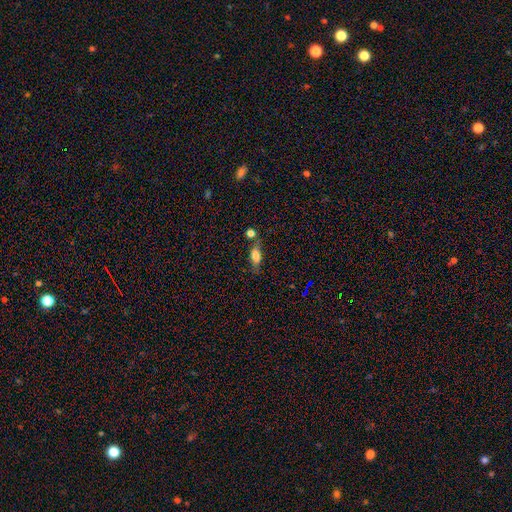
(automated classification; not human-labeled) Smooth or featured: smooth — 71% (featured or disk — 19%)
How rounded: in between — 72% (cigar-shaped — 21%)
Merging: none — 57% (minor disturbance — 19%)